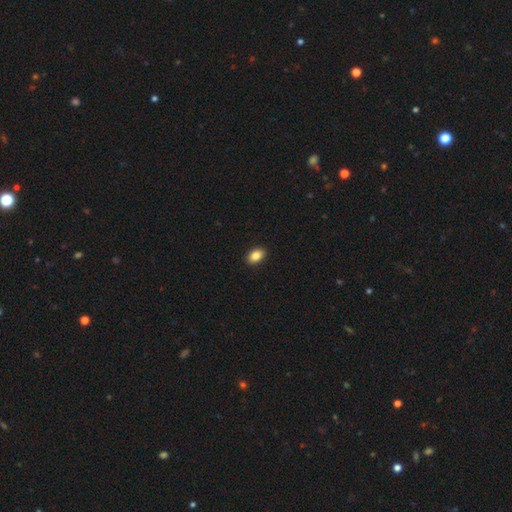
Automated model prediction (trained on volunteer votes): smooth 86%, star or artifact 8%, featured or disk 6%. Down the decision tree: how rounded — in between (86%); merging — none (92%).